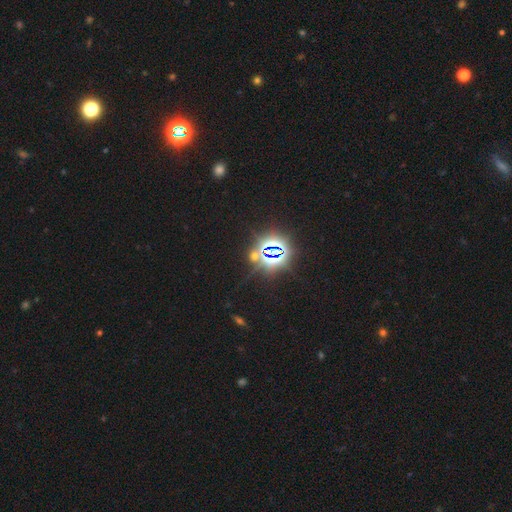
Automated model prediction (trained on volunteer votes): The model was most divided on "smooth or featured": star or artifact: 79%, smooth: 14%, featured or disk: 7%.